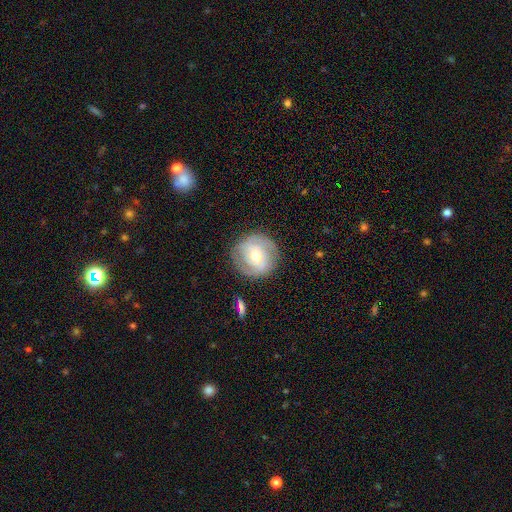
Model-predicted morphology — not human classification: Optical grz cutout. It shows a featured or disk galaxy (71%) with no bar (55%), 2 (41%) tight (60%) spiral arms (88%) and a moderate central bulge (59%). Merging: none (83%).